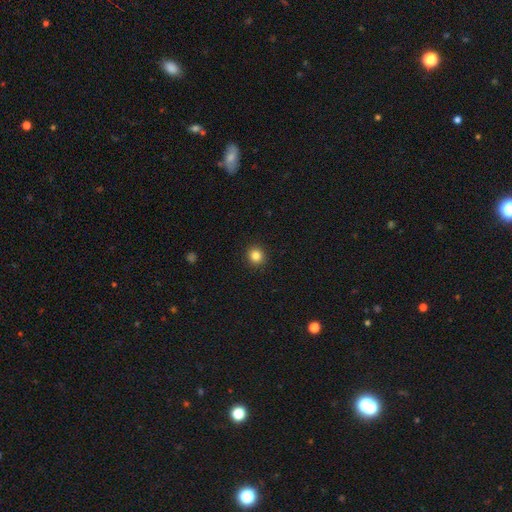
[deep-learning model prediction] A smooth galaxy with no disk features (84%) that is round (93%).

Vote fractions:
- Smooth or featured? smooth: 84% / star or artifact: 12% / featured or disk: 4%
- How rounded? round: 93% / in between: 6% / cigar-shaped: 1%
- Merging? none: 93% / minor disturbance: 5% / major disturbance: 2% / merger: 1%